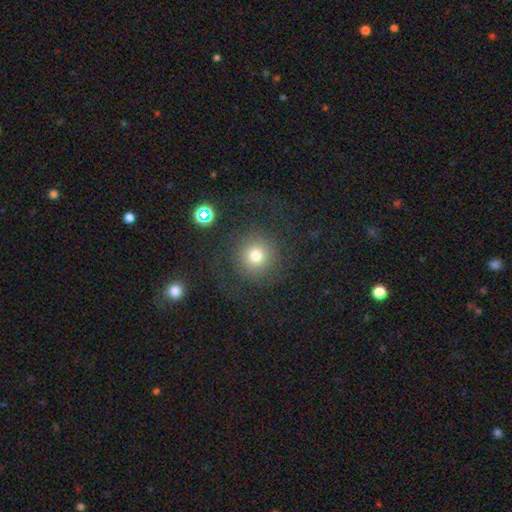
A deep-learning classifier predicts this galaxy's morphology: Smooth or featured? Predicted: smooth (p=0.70). How rounded? Predicted: round (p=0.94). Merging? Predicted: none (p=0.80).